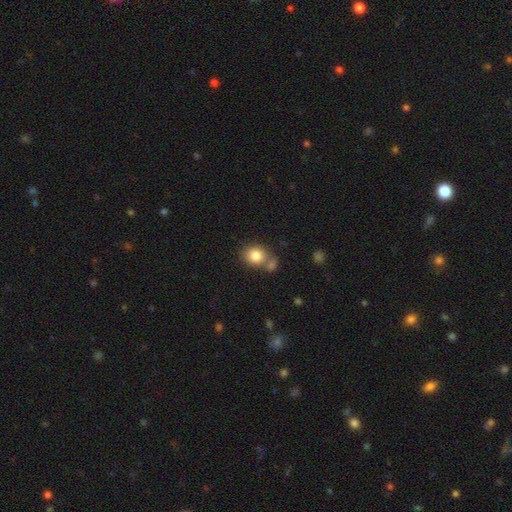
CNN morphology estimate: Smooth or featured?
  - smooth: 82% *
  - star or artifact: 9%
  - featured or disk: 9%
How rounded?
  - round: 66% *
  - in between: 33%
  - cigar-shaped: 1%
Merging?
  - none: 53% *
  - merger: 30%
  - minor disturbance: 12%
  - major disturbance: 5%